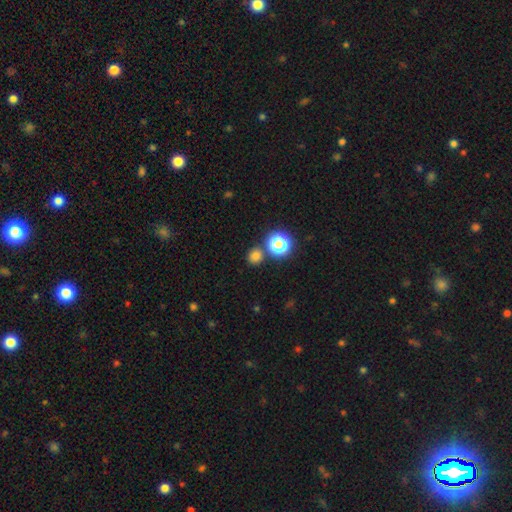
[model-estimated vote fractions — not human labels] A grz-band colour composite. It shows a smooth galaxy with no disk features (74%) that is round (89%). Merging: none (78%).